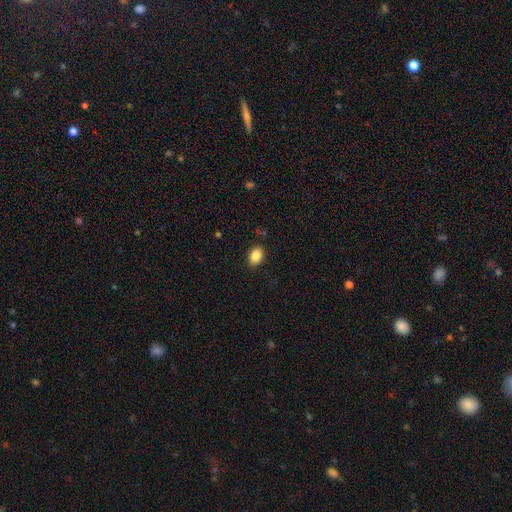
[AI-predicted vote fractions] smooth 88%, star or artifact 8%, featured or disk 4%. Down the decision tree: how rounded — in between (82%); merging — none (87%).